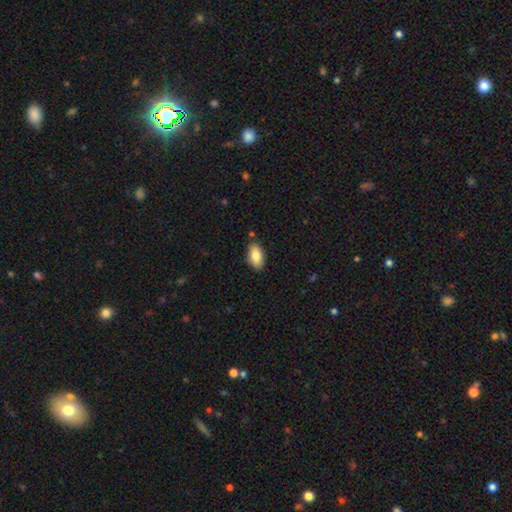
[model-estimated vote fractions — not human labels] This appears to be a smooth galaxy with no disk features (82%) that is in between round and cigar-shaped (92%). Merging: none (84%).